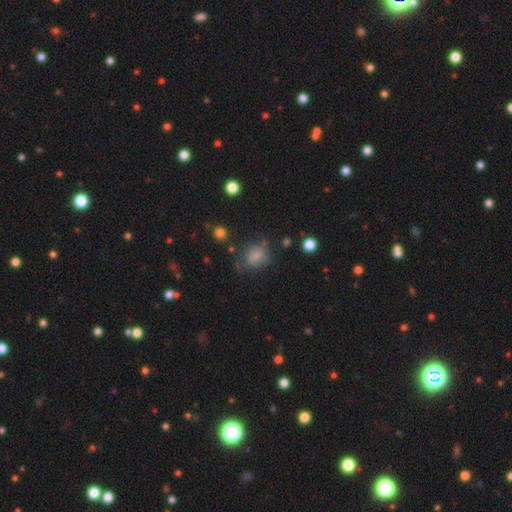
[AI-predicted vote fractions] Smooth or featured? smooth (73%)
How rounded? round (58%)
Merging? none (54%)